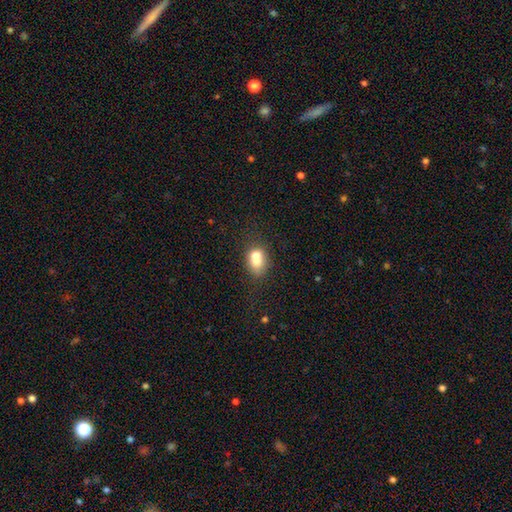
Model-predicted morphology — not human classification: smooth-or-featured: smooth: 70% | featured or disk: 19% | star or artifact: 11%
  how-rounded: in between: 61% | round: 38% | cigar-shaped: 2%
  merging: merger: 48% | none: 35% | minor disturbance: 12% | major disturbance: 5%